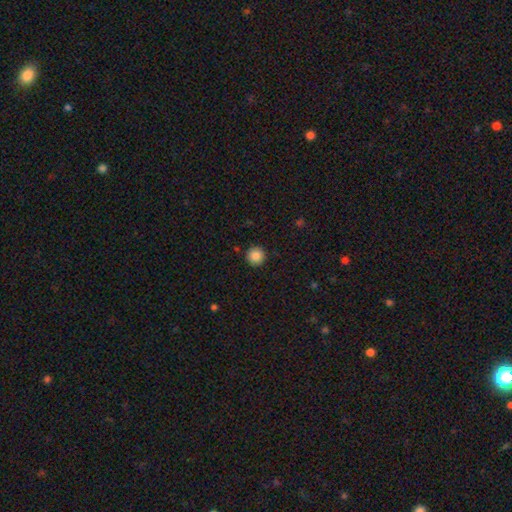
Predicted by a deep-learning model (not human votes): This is clearly a smooth galaxy (86%). How rounded: clearly round (95%). Merging: clearly none (92%).